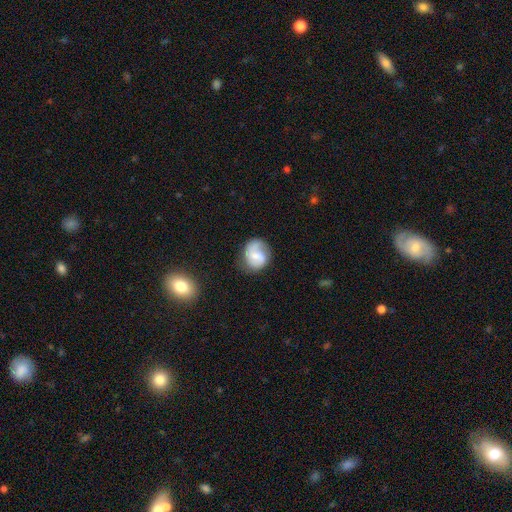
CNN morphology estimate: Overall: featured or disk (61%; smooth 32%). Edge-on disk: no (98%). Bar: weak (46%; no 44%). Spiral arms: yes (91%). Spiral arm count: 2 (71%). Spiral winding: medium (45%; loose 28%). Bulge size: small (50%; moderate 33%). Merging: none (68%).